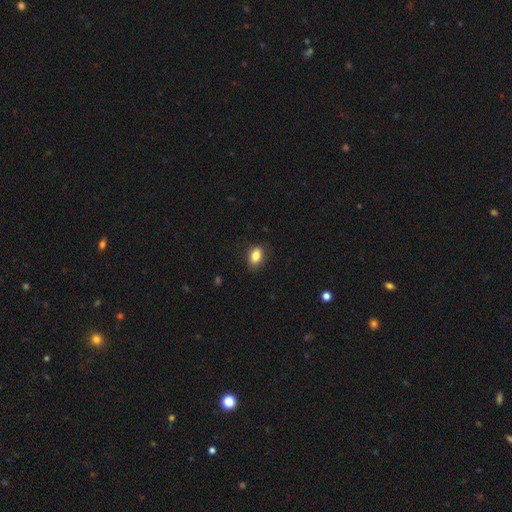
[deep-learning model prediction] smooth_or_featured: smooth (p=0.85) [alt: star or artifact p=0.08]
how_rounded: in between (p=0.84) [alt: round p=0.14]
merging: none (p=0.83) [alt: minor disturbance p=0.13]